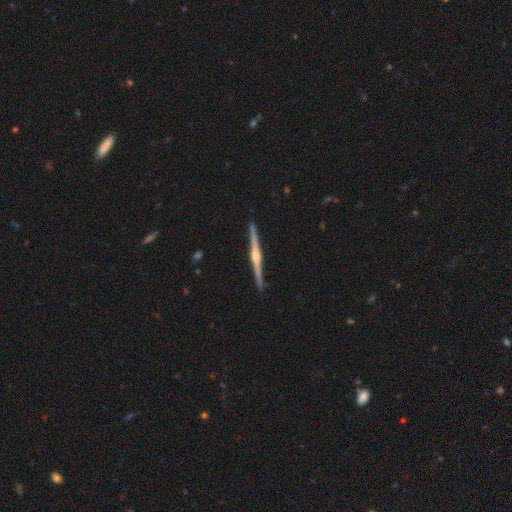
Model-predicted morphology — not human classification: A featured or disk galaxy (86%) viewed edge-on (99%) with a rounded central bulge (88%).

Vote fractions:
- Smooth or featured? featured or disk: 86% / smooth: 10% / star or artifact: 4%
- Edge-on disk? yes: 99% / no: 1%
- Edge-on bulge? rounded: 88% / boxy: 7% / none: 6%
- Merging? none: 93% / minor disturbance: 5% / major disturbance: 1% / merger: 1%